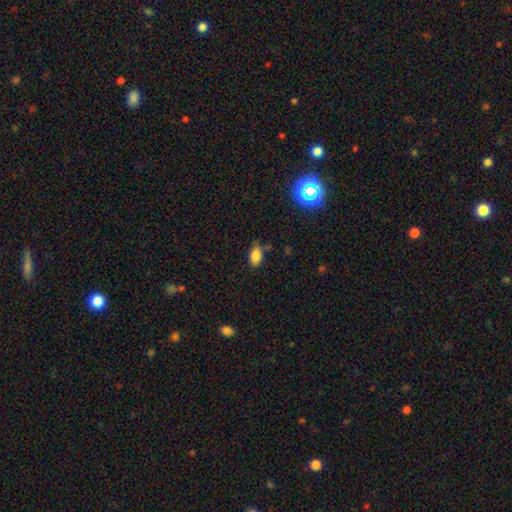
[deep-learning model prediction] A smooth galaxy with no disk features (84%) that is in between round and cigar-shaped (89%). Merging: none (71%).